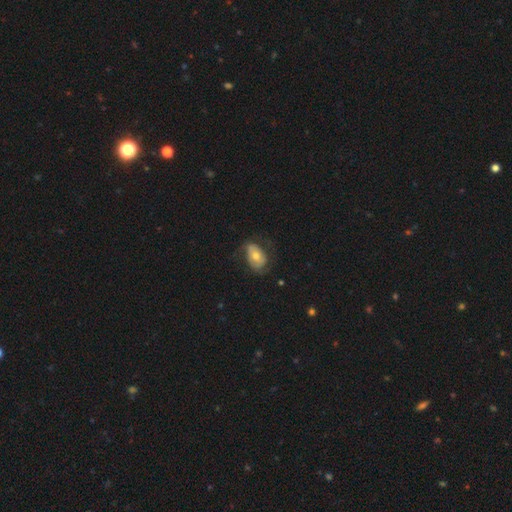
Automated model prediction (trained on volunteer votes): The model was most divided on "smooth or featured": smooth: 47%, featured or disk: 45%, star or artifact: 8%. More confident: merging — none (56%).